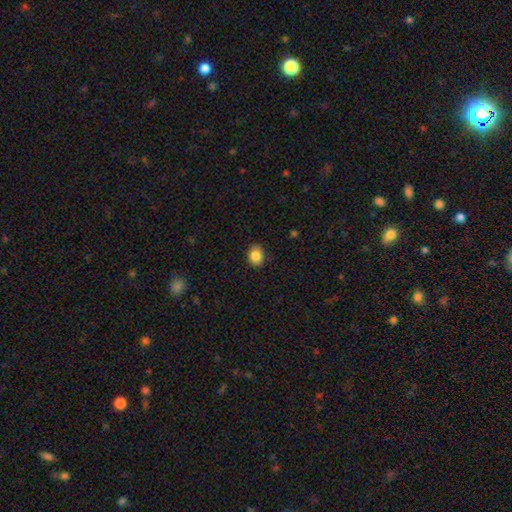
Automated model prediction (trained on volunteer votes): Smooth or featured: smooth — 86% (star or artifact — 9%)
How rounded: round — 57% (in between — 42%)
Merging: none — 86% (minor disturbance — 11%)